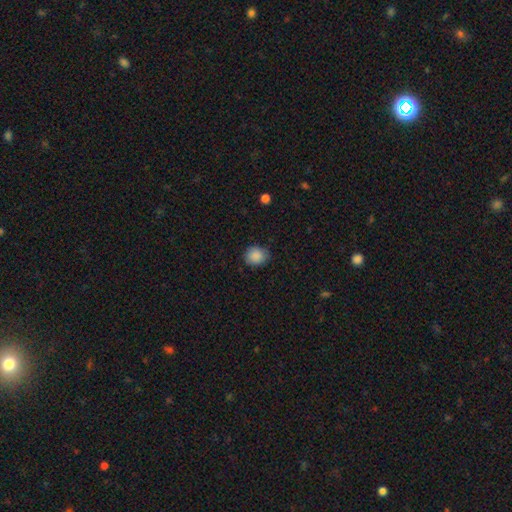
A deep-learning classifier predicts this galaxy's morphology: Smooth or featured?
  - smooth: 88% *
  - star or artifact: 8%
  - featured or disk: 4%
How rounded?
  - round: 70% *
  - in between: 29%
  - cigar-shaped: 1%
Merging?
  - none: 82% *
  - minor disturbance: 14%
  - major disturbance: 3%
  - merger: 1%